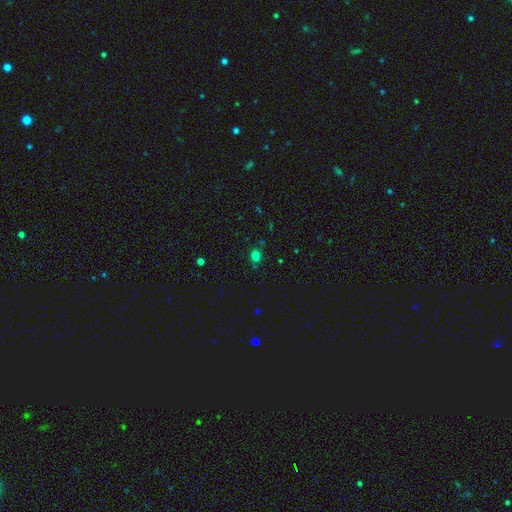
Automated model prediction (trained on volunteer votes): Morphology: type=smooth (77%); roundness=round (75%); merging=none (82%).